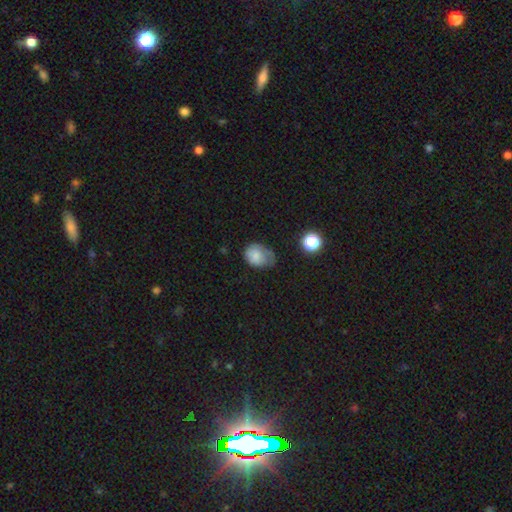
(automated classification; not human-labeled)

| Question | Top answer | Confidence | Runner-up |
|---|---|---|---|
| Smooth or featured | smooth | 70% | featured or disk (20%) |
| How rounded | in between | 64% | round (35%) |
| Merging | minor disturbance | 40% | none (34%) |